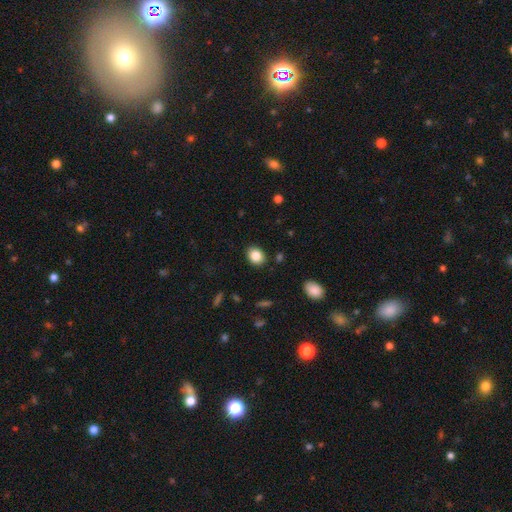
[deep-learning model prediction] smooth-or-featured: smooth: 85% | star or artifact: 9% | featured or disk: 6%
  how-rounded: in between: 55% | round: 45% | cigar-shaped: 1%
  merging: none: 87% | minor disturbance: 9% | major disturbance: 2% | merger: 1%